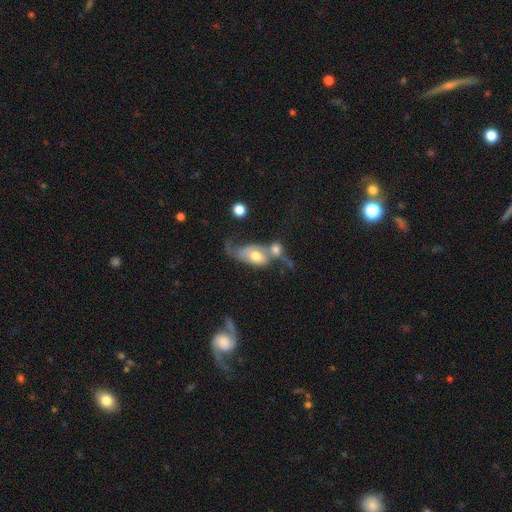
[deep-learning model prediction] A smooth galaxy with no disk features (50%). Merging: merger (61%).